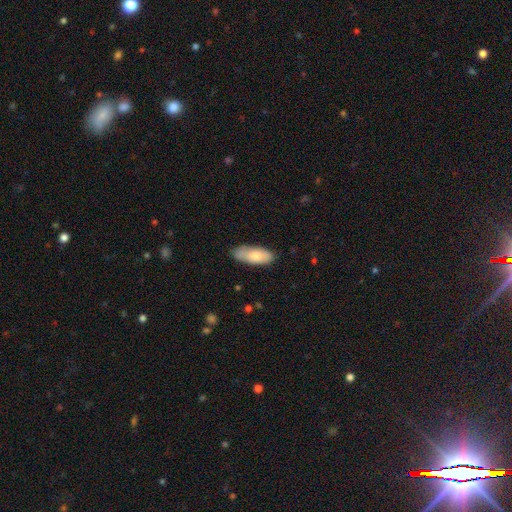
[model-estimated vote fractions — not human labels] Smooth or featured? Predicted: smooth (p=0.77). How rounded? Predicted: in between (p=0.82). Merging? Predicted: none (p=0.70).